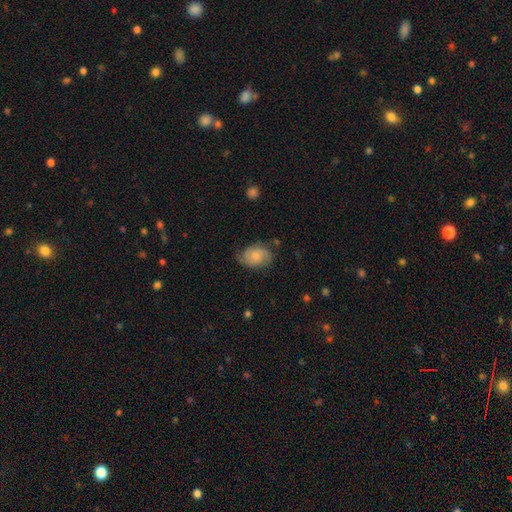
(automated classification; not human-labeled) This is possibly a featured or disk galaxy (50%). Merging: likely none (64%).